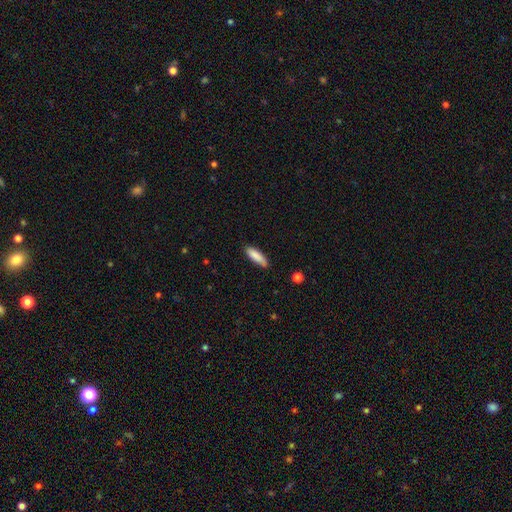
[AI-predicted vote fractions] Smooth or featured?
  - smooth: 85% *
  - featured or disk: 8%
  - star or artifact: 6%
How rounded?
  - cigar-shaped: 56% *
  - in between: 42%
  - round: 1%
Merging?
  - none: 78% *
  - minor disturbance: 17%
  - major disturbance: 3%
  - merger: 2%